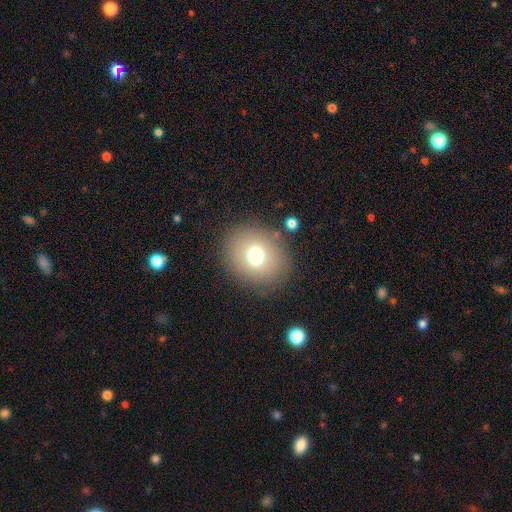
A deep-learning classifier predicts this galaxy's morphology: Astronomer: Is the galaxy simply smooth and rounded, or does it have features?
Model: smooth — 71%.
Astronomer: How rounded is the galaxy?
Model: round — 68%.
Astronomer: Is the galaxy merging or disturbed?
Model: none — 84%.